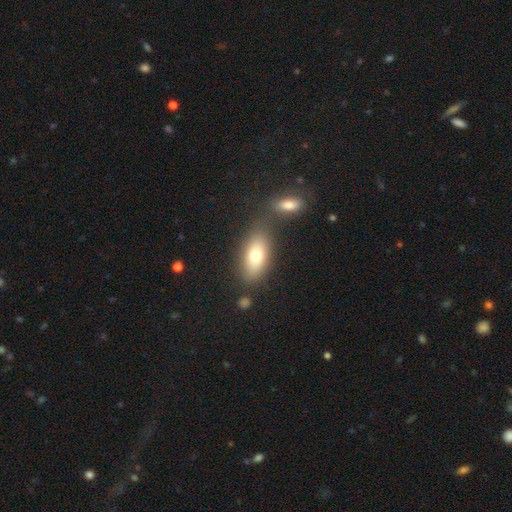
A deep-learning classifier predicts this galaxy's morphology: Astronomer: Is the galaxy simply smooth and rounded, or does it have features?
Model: smooth — 74%.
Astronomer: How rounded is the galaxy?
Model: in between — 85%.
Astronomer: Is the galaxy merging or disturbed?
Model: none — 68%.